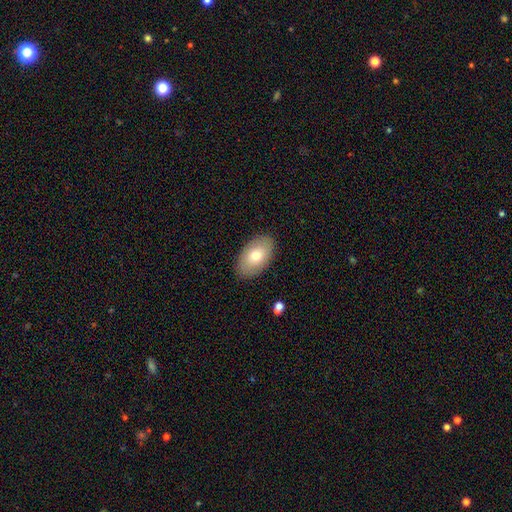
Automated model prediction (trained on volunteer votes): Smooth or featured: smooth — 74% (featured or disk — 20%)
How rounded: in between — 94% (round — 5%)
Merging: none — 87% (minor disturbance — 9%)